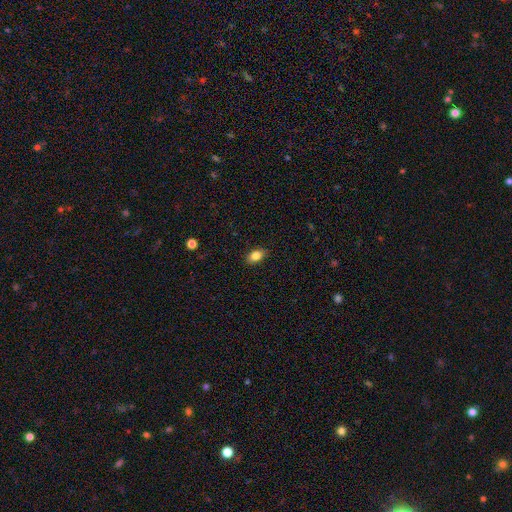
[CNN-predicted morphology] Smooth or featured: smooth — 84% (star or artifact — 9%)
How rounded: in between — 84% (round — 14%)
Merging: none — 88% (minor disturbance — 9%)